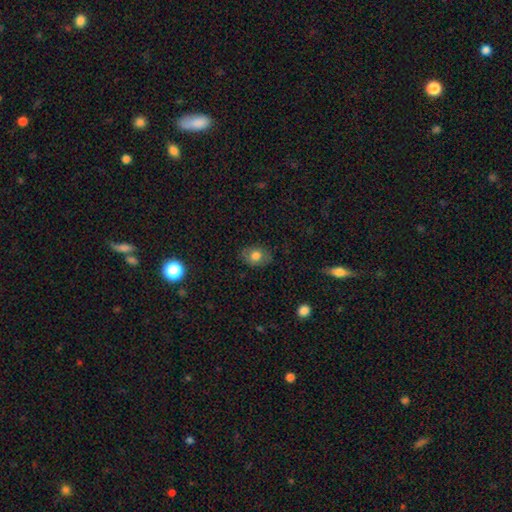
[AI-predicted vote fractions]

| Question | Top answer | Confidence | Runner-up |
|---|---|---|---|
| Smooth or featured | smooth | 75% | featured or disk (15%) |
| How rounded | in between | 67% | round (32%) |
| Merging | none | 82% | minor disturbance (14%) |